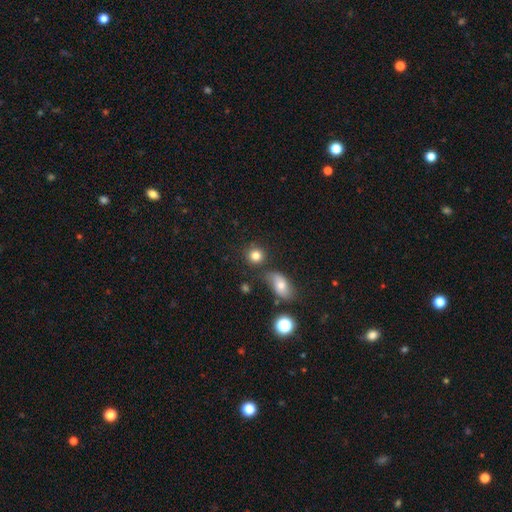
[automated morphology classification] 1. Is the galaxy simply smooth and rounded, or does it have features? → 82% smooth, 11% star or artifact, 7% featured or disk.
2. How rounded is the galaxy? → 84% round, 15% in between, 1% cigar-shaped.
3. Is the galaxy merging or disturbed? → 75% none, 11% minor disturbance, 10% merger, 4% major disturbance.